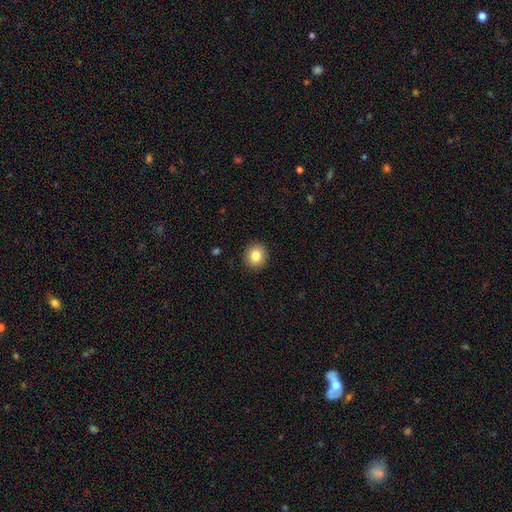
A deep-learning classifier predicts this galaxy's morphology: A smooth galaxy with no disk features (84%) that is round (87%).

Vote fractions:
- Smooth or featured? smooth: 84% / star or artifact: 9% / featured or disk: 7%
- How rounded? round: 87% / in between: 12% / cigar-shaped: 1%
- Merging? none: 92% / minor disturbance: 6% / major disturbance: 2% / merger: 1%